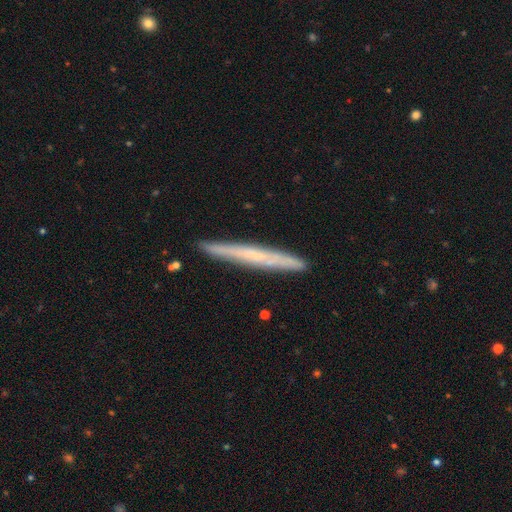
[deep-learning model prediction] Morphology: type=featured or disk (49%); merging=none (90%).